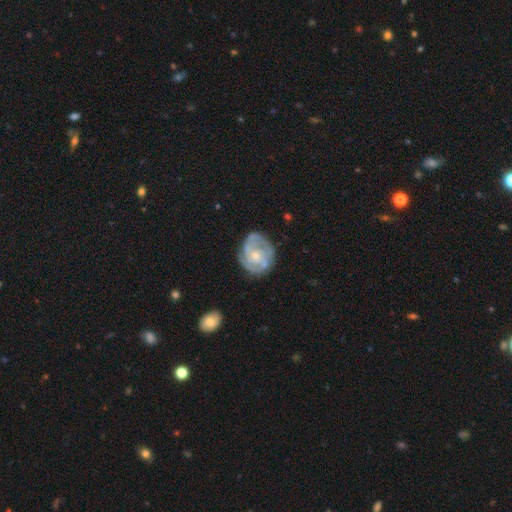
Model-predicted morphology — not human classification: Smooth or featured? featured or disk (80%)
Edge-on disk? no (98%)
Bar? no (75%)
Spiral arms? yes (90%)
Spiral winding? tight (58%)
Spiral arm count? 2 (31%)
Bulge size? small (64%)
Merging? none (68%)